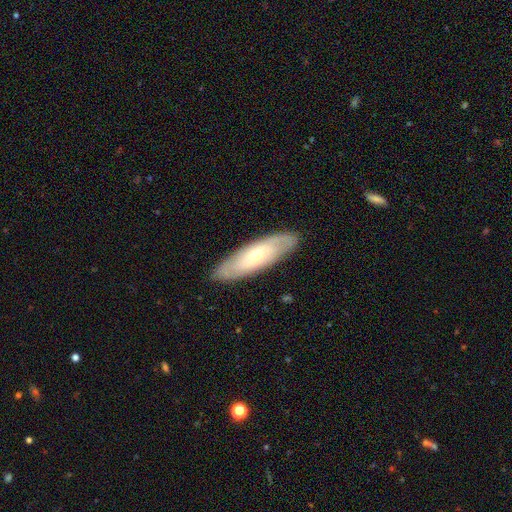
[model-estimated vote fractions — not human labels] A featured or disk galaxy (53%). Merging: none (87%).